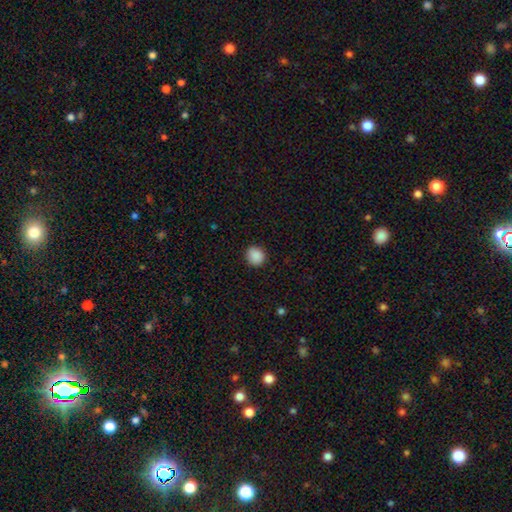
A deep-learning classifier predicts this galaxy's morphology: smooth 89%, star or artifact 9%, featured or disk 3%. Down the decision tree: how rounded — round (84%); merging — none (89%).